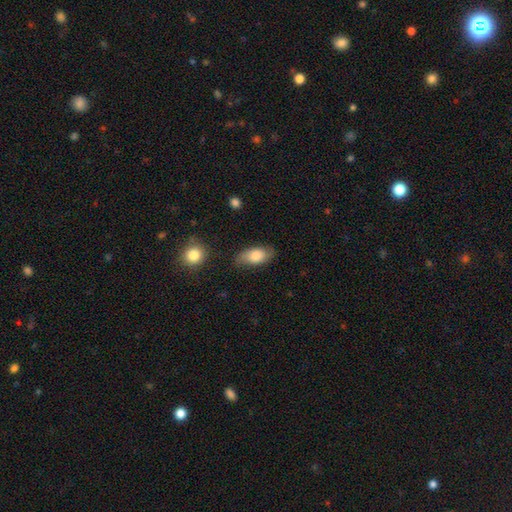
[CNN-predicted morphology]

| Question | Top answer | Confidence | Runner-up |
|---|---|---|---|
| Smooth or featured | smooth | 76% | featured or disk (18%) |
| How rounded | in between | 90% | cigar-shaped (5%) |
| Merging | none | 71% | minor disturbance (21%) |